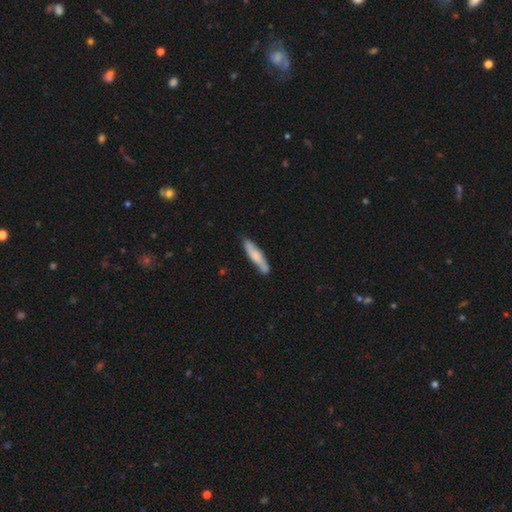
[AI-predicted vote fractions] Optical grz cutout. It shows a smooth galaxy with no disk features (62%) that is cigar-shaped (84%). Merging: none (78%).